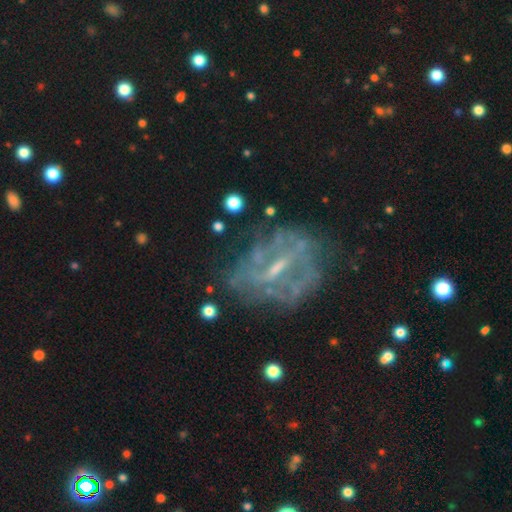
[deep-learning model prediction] This is likely a featured or disk galaxy (66%). It is clearly not viewed edge-on (93%). Bar: marginally weak (43%). Spiral arm pattern: likely yes (68%). Central bulge: likely small (67%). Merging: likely none (62%).